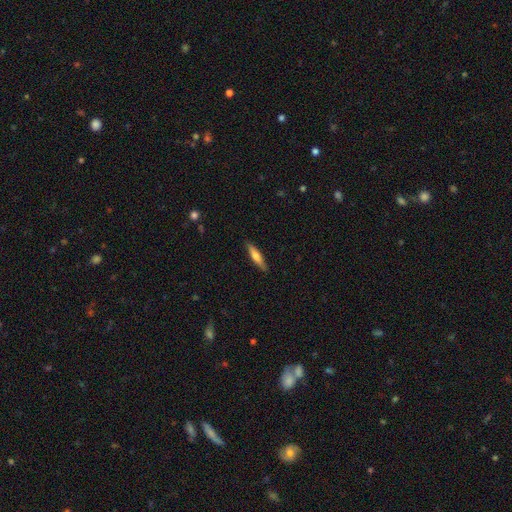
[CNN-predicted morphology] Smooth or featured: smooth — 54% (featured or disk — 40%)
How rounded: cigar-shaped — 85% (in between — 14%)
Merging: none — 89% (minor disturbance — 8%)